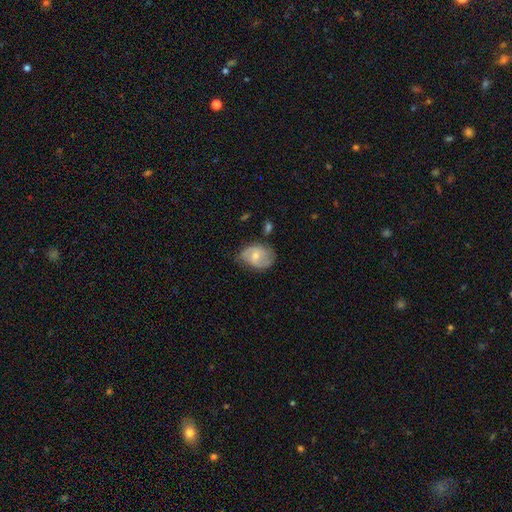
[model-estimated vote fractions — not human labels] Smooth or featured? Predicted: featured or disk (p=0.53). Edge-on disk? Predicted: no (p=0.96). Bar? Predicted: no (p=0.61). Spiral arms? Predicted: yes (p=0.79). Bulge size? Predicted: moderate (p=0.52). Merging? Predicted: none (p=0.55).